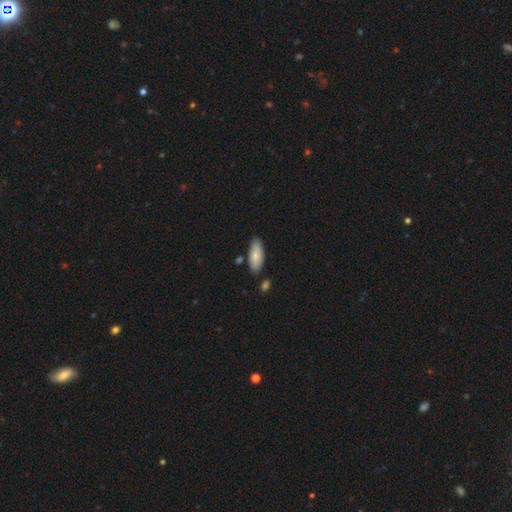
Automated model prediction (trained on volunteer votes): This appears to be a smooth galaxy with no disk features (81%) that is in between round and cigar-shaped (82%). Merging: none (77%).